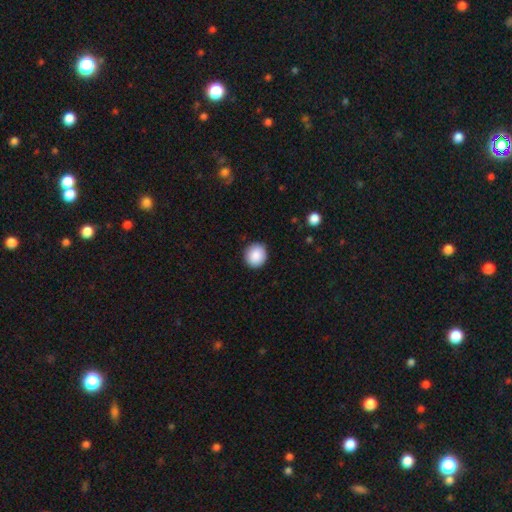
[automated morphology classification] A smooth galaxy with no disk features (88%) that is round (85%).

Vote fractions:
- Smooth or featured? smooth: 88% / star or artifact: 8% / featured or disk: 4%
- How rounded? round: 85% / in between: 14% / cigar-shaped: 1%
- Merging? none: 91% / minor disturbance: 7% / major disturbance: 2% / merger: 1%